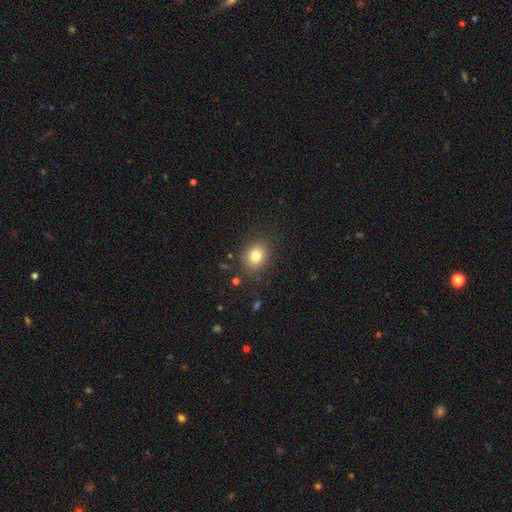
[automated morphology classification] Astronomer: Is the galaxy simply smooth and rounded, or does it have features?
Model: smooth — 80%.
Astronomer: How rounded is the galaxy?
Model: round — 62% (runner-up: in between, 37%).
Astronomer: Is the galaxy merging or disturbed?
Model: none — 85%.